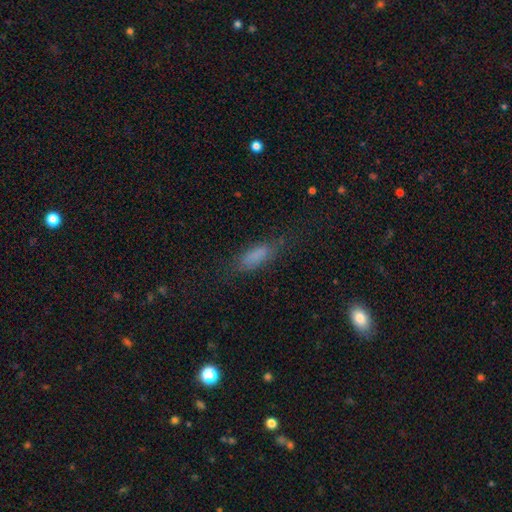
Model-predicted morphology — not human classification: This is likely a smooth galaxy (75%). How rounded: likely in between (62%). Merging: likely none (65%).